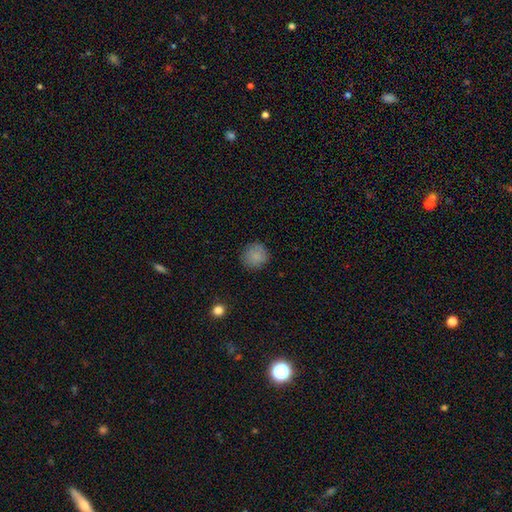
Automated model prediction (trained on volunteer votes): The model was most divided on "merging": none: 86%, minor disturbance: 10%, major disturbance: 3%, merger: 1%. More confident: how rounded — round (90%); smooth or featured — smooth (85%).